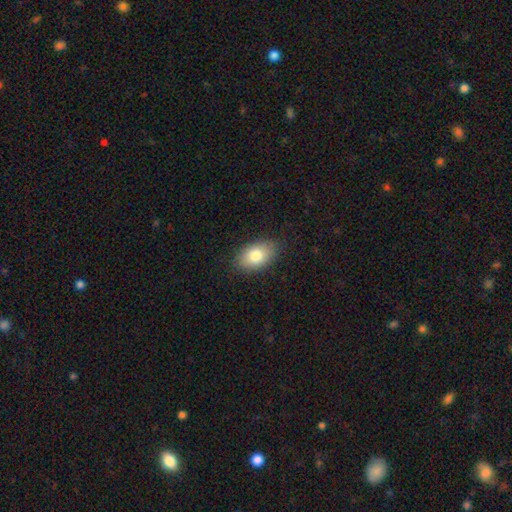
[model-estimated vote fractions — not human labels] Smooth or featured: smooth — 80% (featured or disk — 13%)
How rounded: in between — 90% (round — 9%)
Merging: none — 84% (minor disturbance — 12%)